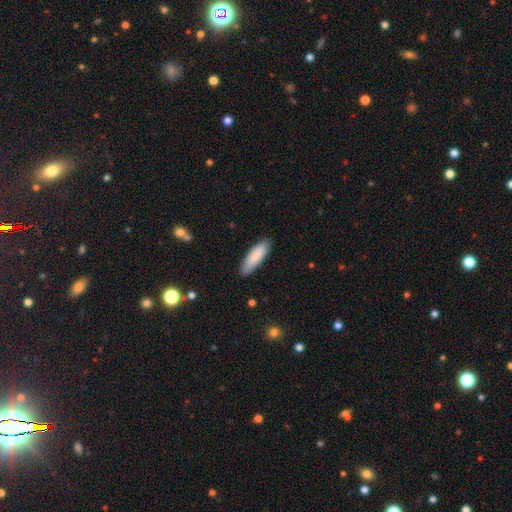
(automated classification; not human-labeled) smooth-or-featured: smooth: 87% | featured or disk: 8% | star or artifact: 5%
  how-rounded: cigar-shaped: 52% | in between: 46% | round: 1%
  merging: none: 87% | minor disturbance: 10% | major disturbance: 2% | merger: 1%